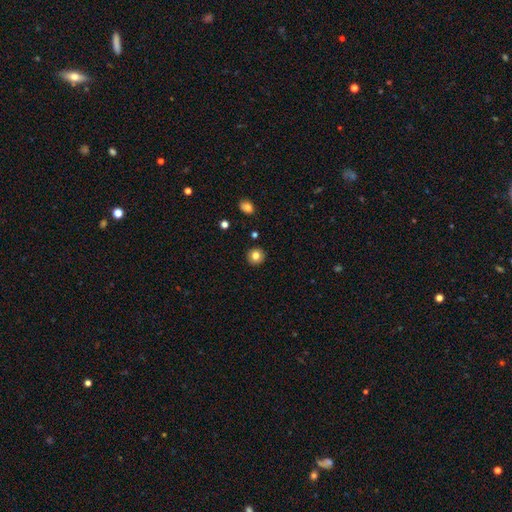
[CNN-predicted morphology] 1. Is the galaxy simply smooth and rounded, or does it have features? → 81% smooth, 10% star or artifact, 8% featured or disk.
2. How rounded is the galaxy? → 93% round, 6% in between, 1% cigar-shaped.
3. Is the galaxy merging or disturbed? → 92% none, 5% minor disturbance, 2% major disturbance, 1% merger.